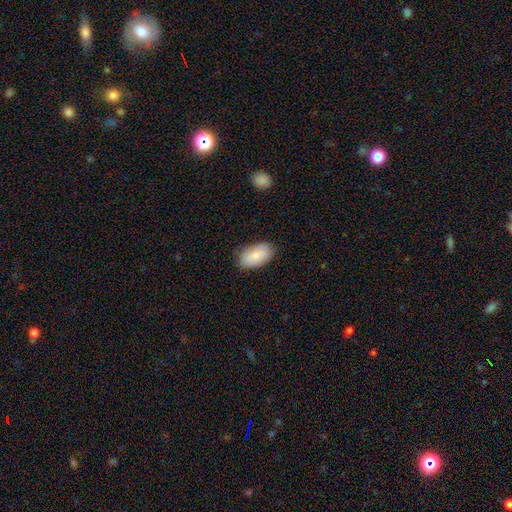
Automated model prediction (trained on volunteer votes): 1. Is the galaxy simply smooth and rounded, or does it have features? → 81% smooth, 12% featured or disk, 6% star or artifact.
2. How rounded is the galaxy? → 94% in between, 4% round, 2% cigar-shaped.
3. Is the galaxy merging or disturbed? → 82% none, 14% minor disturbance, 3% major disturbance, 1% merger.